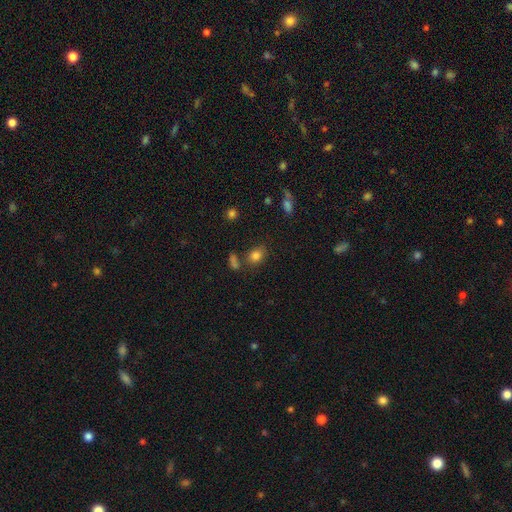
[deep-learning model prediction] Smooth or featured? smooth (81%)
How rounded? in between (67%)
Merging? none (72%)